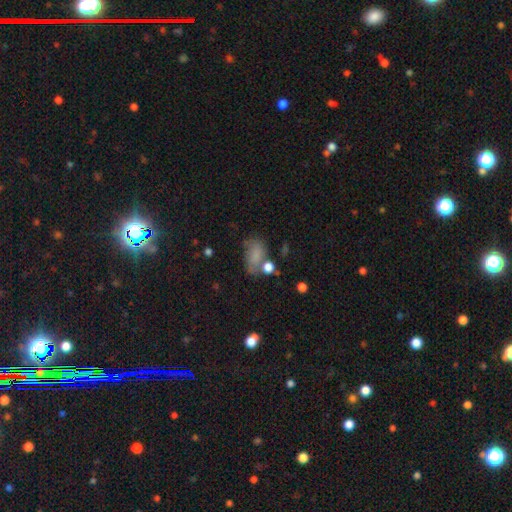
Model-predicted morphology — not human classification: Overall: smooth (69%). How rounded: in between (84%). Merging: none (42%; minor disturbance 26%).